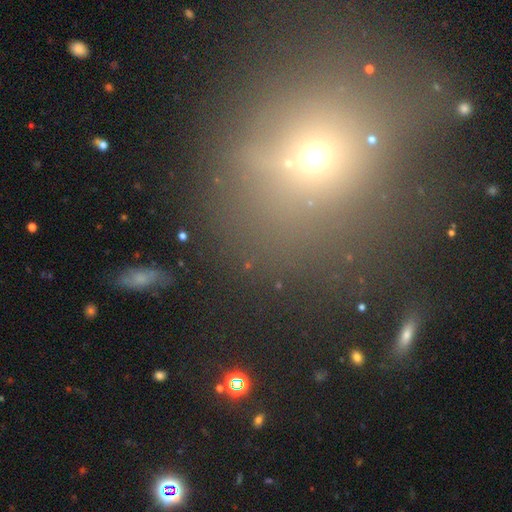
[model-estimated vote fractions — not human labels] This appears to be a star or artifact, not a galaxy (45%).